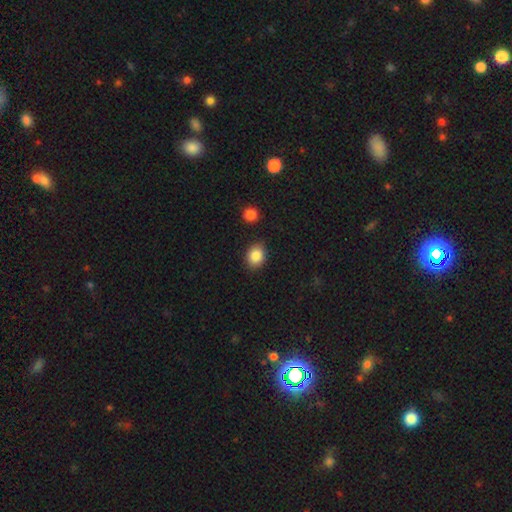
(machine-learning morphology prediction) Overall: smooth (87%). How rounded: in between (53%; round 46%). Merging: none (84%).